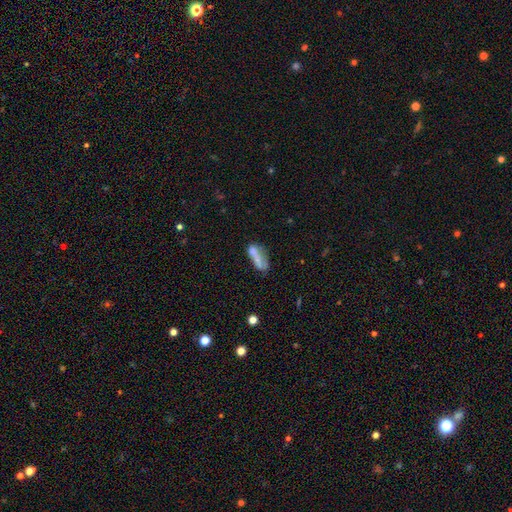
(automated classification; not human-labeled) Smooth or featured?
  - smooth: 61% *
  - featured or disk: 28%
  - star or artifact: 11%
How rounded?
  - in between: 61% *
  - cigar-shaped: 33%
  - round: 6%
Merging?
  - merger: 34% *
  - none: 28%
  - major disturbance: 20%
  - minor disturbance: 18%